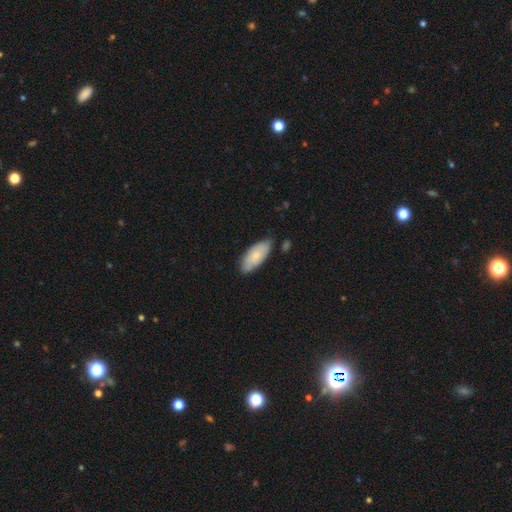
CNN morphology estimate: Smooth or featured? smooth (68%)
How rounded? in between (88%)
Merging? none (71%)